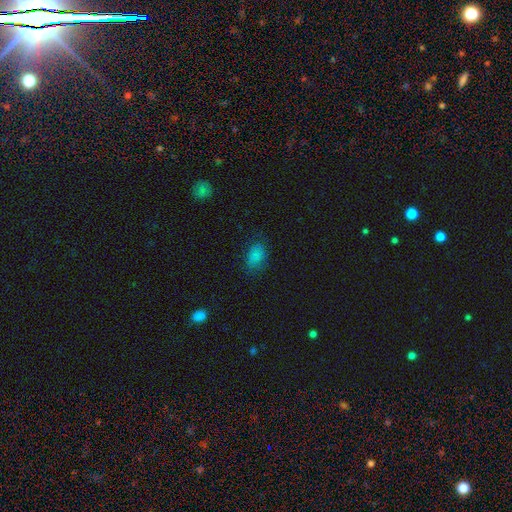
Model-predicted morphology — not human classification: type=smooth (83%); roundness=in between (85%); merging=none (73%).